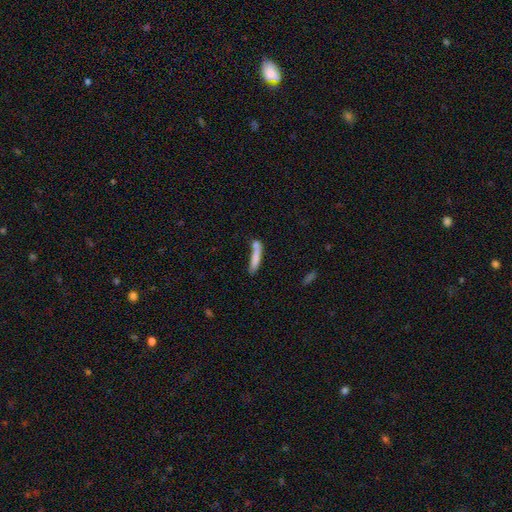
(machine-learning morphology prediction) Smooth or featured? Predicted: smooth (p=0.74). How rounded? Predicted: cigar-shaped (p=0.88). Merging? Predicted: none (p=0.47).